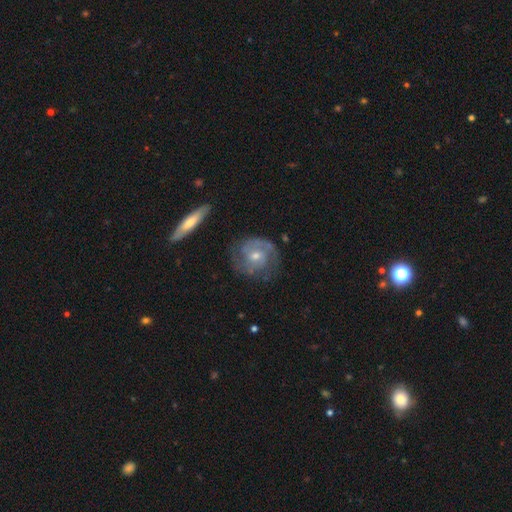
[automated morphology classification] This is clearly a featured or disk galaxy (82%). It is clearly not viewed edge-on (96%). Bar: likely no (62%). Spiral arm pattern: clearly yes (95%). Spiral arm count: likely 2 (64%). Spiral winding: possibly tight (56%). Central bulge: possibly moderate (49%). Merging: likely none (76%).